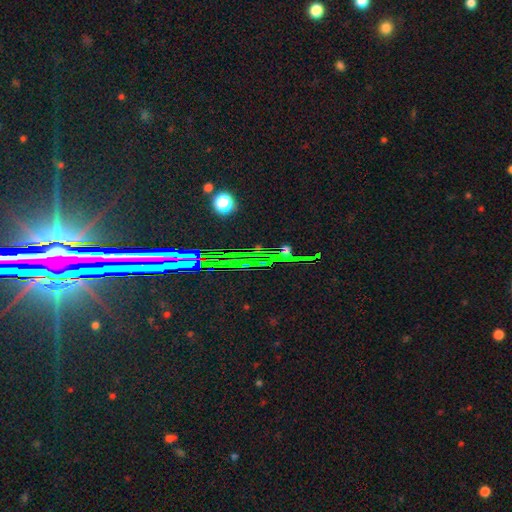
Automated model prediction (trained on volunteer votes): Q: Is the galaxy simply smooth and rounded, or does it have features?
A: star or artifact — 75%.